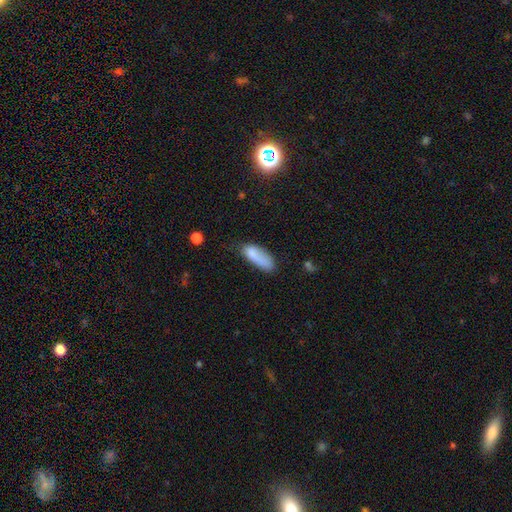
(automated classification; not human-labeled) Morphology: type=smooth (81%); roundness=in between (69%); merging=none (47%).